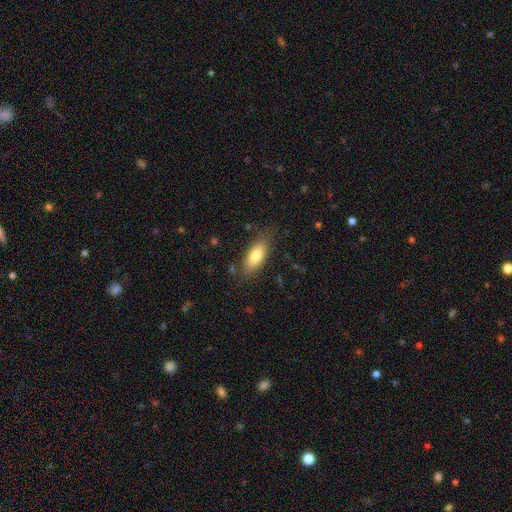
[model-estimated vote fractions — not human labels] smooth 78%, featured or disk 16%, star or artifact 7%. Down the decision tree: how rounded — in between (81%); merging — none (78%).